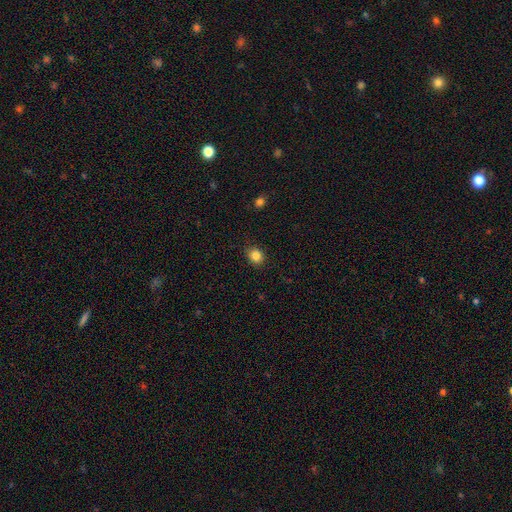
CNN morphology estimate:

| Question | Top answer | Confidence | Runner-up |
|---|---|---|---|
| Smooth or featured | smooth | 84% | star or artifact (11%) |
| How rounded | round | 66% | in between (33%) |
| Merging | none | 88% | minor disturbance (9%) |